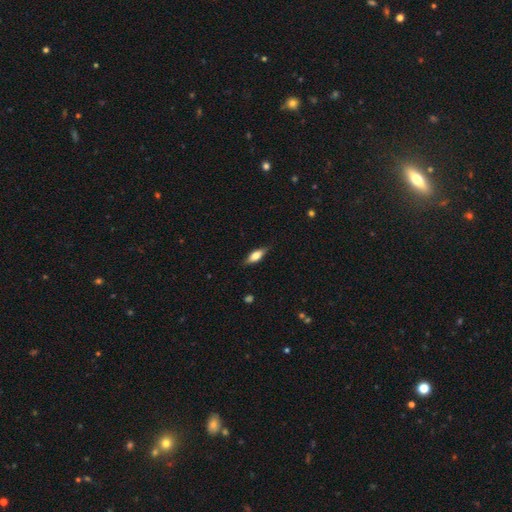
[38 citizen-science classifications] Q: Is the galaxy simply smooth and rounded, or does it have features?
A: smooth — 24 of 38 (63%).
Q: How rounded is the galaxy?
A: in between — 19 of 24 (79%).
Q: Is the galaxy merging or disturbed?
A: none — 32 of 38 (84%).